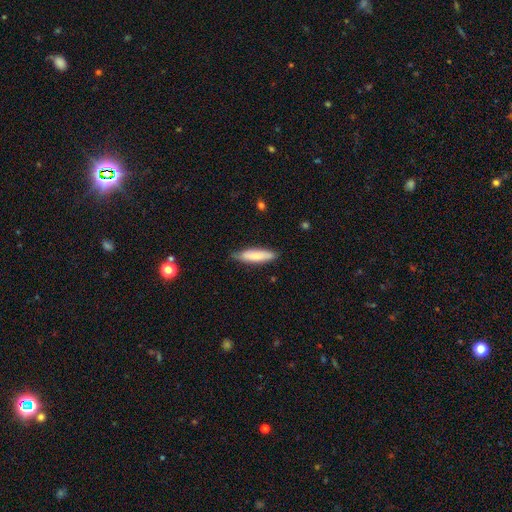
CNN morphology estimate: smooth-or-featured: smooth: 80% | featured or disk: 15% | star or artifact: 5%
  how-rounded: cigar-shaped: 70% | in between: 29% | round: 1%
  merging: none: 78% | minor disturbance: 19% | major disturbance: 2% | merger: 1%